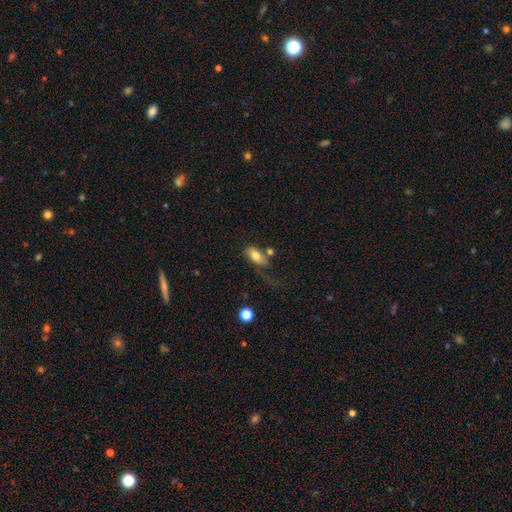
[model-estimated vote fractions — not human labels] This is likely a smooth galaxy (75%). How rounded: clearly in between (87%). Merging: marginally none (42%).